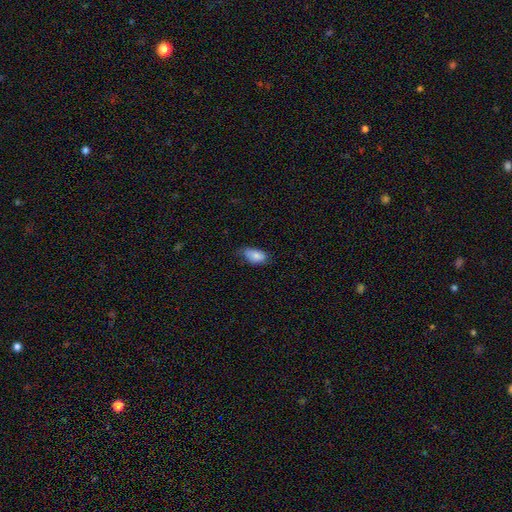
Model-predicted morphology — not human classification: A smooth galaxy with no disk features (84%) that is in between round and cigar-shaped (93%).

Vote fractions:
- Smooth or featured? smooth: 84% / featured or disk: 8% / star or artifact: 7%
- How rounded? in between: 93% / round: 4% / cigar-shaped: 3%
- Merging? none: 59% / minor disturbance: 33% / major disturbance: 7% / merger: 1%